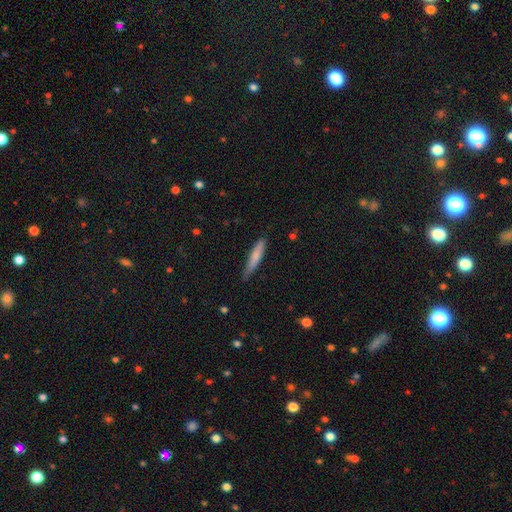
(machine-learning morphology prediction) This is likely a smooth galaxy (73%). How rounded: clearly cigar-shaped (91%). Merging: likely none (72%).